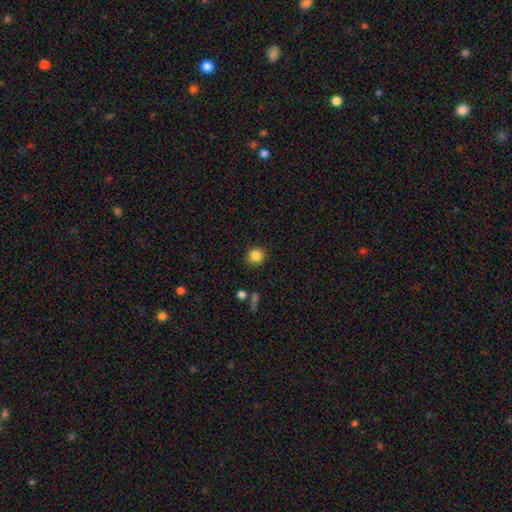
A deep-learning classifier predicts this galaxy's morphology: type=smooth (86%); roundness=round (90%); merging=none (87%).